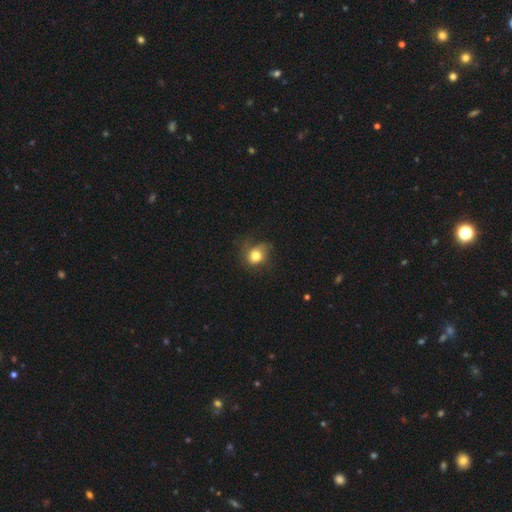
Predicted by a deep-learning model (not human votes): Smooth or featured?
  - smooth: 76% *
  - featured or disk: 12%
  - star or artifact: 11%
How rounded?
  - round: 65% *
  - in between: 34%
  - cigar-shaped: 1%
Merging?
  - none: 53% *
  - minor disturbance: 29%
  - major disturbance: 16%
  - merger: 2%